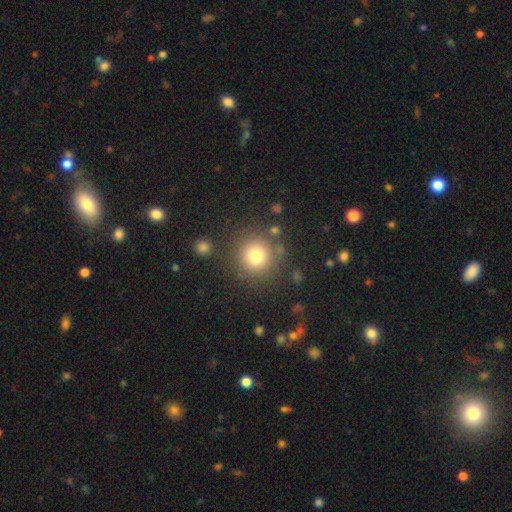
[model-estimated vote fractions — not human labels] smooth_or_featured: smooth (p=0.77) [alt: star or artifact p=0.14]
how_rounded: round (p=0.94) [alt: in between p=0.05]
merging: none (p=0.83) [alt: minor disturbance p=0.08]